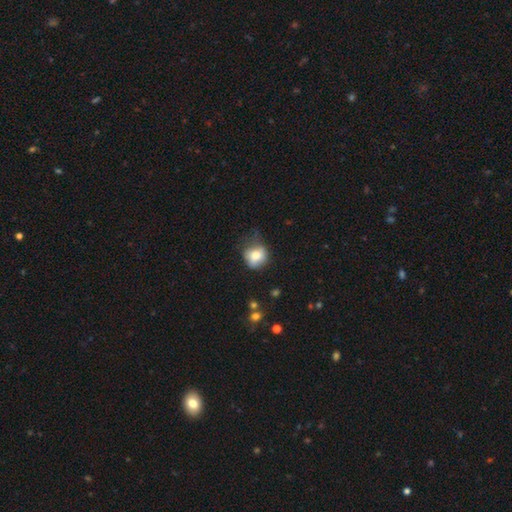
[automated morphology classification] Smooth or featured? smooth (78%)
How rounded? round (71%)
Merging? none (44%)